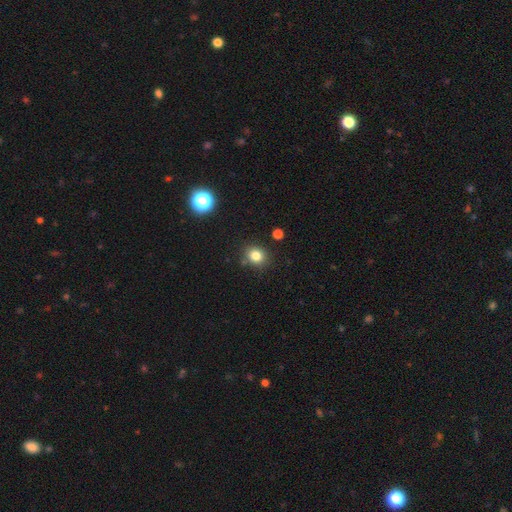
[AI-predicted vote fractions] Smooth or featured? Predicted: smooth (p=0.80). How rounded? Predicted: round (p=0.74). Merging? Predicted: none (p=0.82).